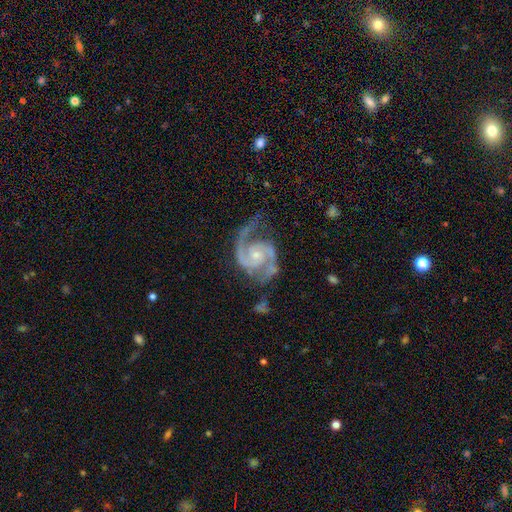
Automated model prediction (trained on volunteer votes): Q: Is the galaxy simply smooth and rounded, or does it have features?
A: featured or disk — 94%.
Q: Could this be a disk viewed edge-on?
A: no — 98%.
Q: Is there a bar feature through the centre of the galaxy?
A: no — 65%.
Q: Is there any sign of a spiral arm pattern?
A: yes — 99%.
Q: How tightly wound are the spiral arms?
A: medium — 58%.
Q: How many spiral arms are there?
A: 2 — 93%.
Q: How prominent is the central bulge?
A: small — 63%.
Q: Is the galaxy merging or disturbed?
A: none — 67%.